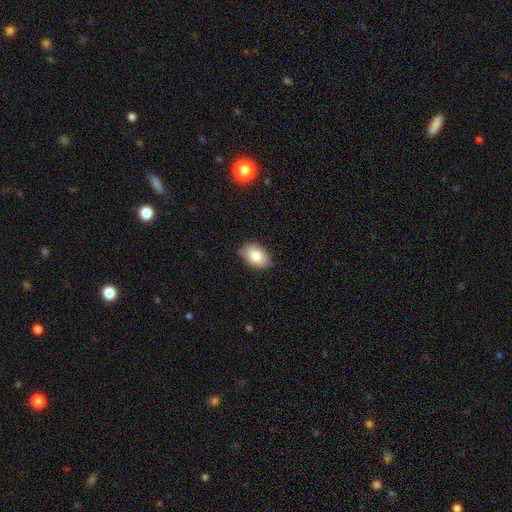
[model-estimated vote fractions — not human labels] Morphology: type=smooth (82%); roundness=in between (86%); merging=none (81%).